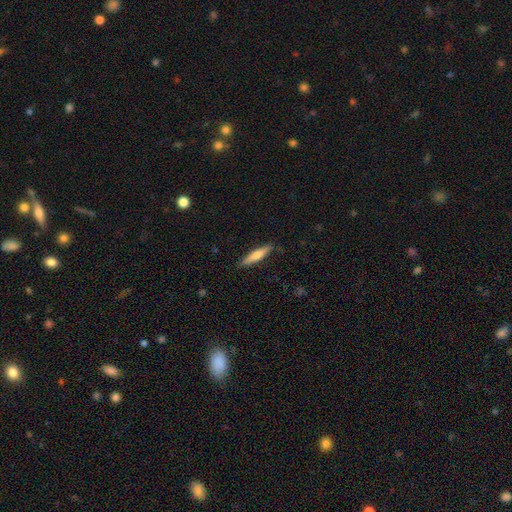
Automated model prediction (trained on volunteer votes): A smooth galaxy with no disk features (66%) that is cigar-shaped (85%). Merging: none (88%).